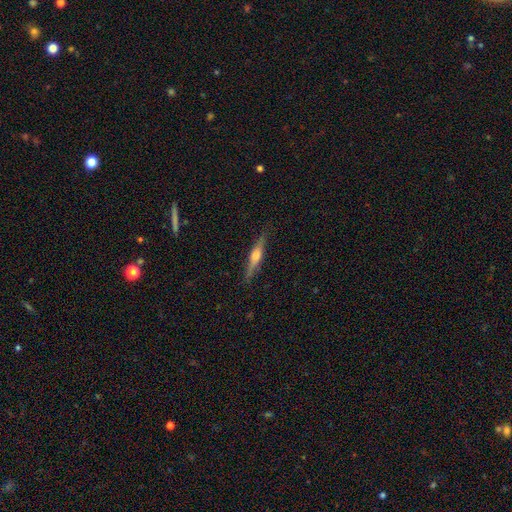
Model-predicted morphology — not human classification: This is likely a featured or disk galaxy (67%). It is clearly viewed edge-on (97%). Edge-on bulge: clearly rounded (81%). Merging: clearly none (87%).